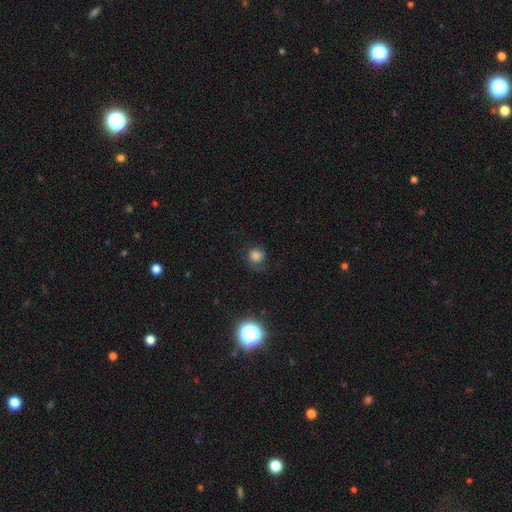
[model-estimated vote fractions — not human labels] Smooth or featured?
  - smooth: 65% *
  - featured or disk: 20%
  - star or artifact: 15%
How rounded?
  - round: 85% *
  - in between: 14%
  - cigar-shaped: 1%
Merging?
  - none: 64% *
  - minor disturbance: 20%
  - major disturbance: 15%
  - merger: 1%